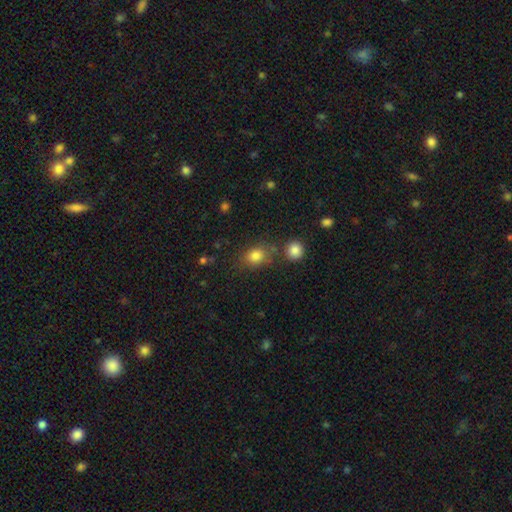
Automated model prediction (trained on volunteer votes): A smooth galaxy with no disk features (82%) that is in between round and cigar-shaped (53%).

Vote fractions:
- Smooth or featured? smooth: 82% / star or artifact: 12% / featured or disk: 6%
- How rounded? in between: 53% / round: 46% / cigar-shaped: 1%
- Merging? none: 70% / minor disturbance: 14% / merger: 10% / major disturbance: 6%